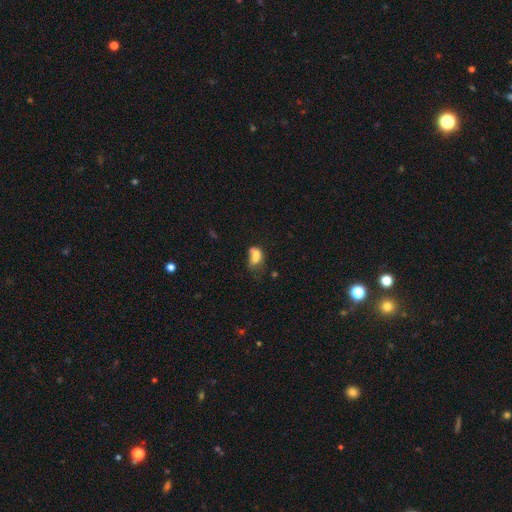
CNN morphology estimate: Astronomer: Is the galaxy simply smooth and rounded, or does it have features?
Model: smooth — 65%.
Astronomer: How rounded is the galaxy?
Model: in between — 77%.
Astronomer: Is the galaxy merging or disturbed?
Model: merger — 41% (runner-up: none, 21%).